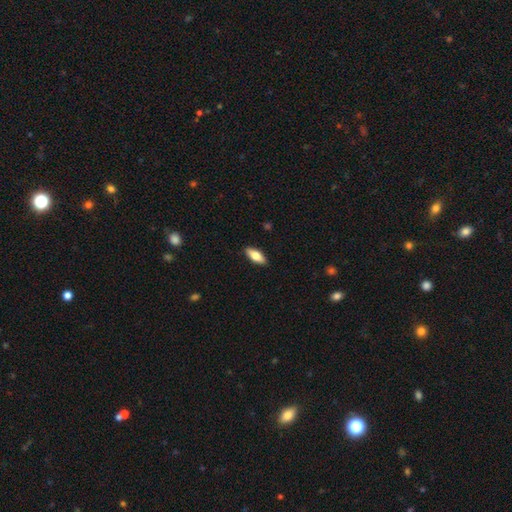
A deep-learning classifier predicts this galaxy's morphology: Smooth or featured?
  - smooth: 72% *
  - featured or disk: 22%
  - star or artifact: 6%
How rounded?
  - in between: 78% *
  - cigar-shaped: 20%
  - round: 2%
Merging?
  - none: 89% *
  - minor disturbance: 8%
  - major disturbance: 2%
  - merger: 1%